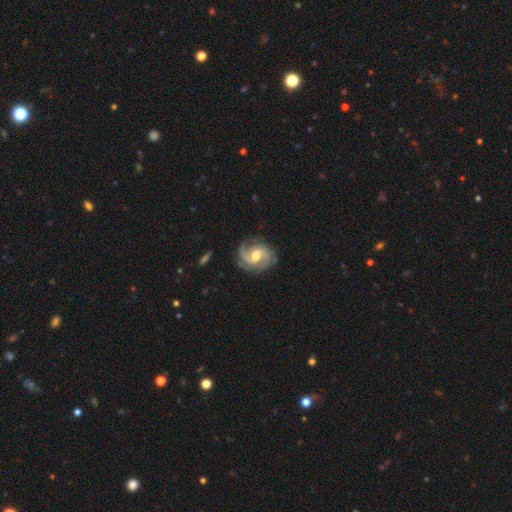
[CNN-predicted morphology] A featured or disk galaxy (91%) with a weak bar (55%), 2 (74%) medium (54%) spiral arms (98%) and a moderate central bulge (66%).

Vote fractions:
- Smooth or featured? featured or disk: 91% / smooth: 4% / star or artifact: 4%
- Edge-on disk? no: 98% / yes: 2%
- Bar? weak: 55% / no: 30% / strong: 15%
- Spiral arms? yes: 98% / no: 2%
- Spiral winding? medium: 54% / tight: 32% / loose: 14%
- Spiral arm count? 2: 74% / 3: 14% / can't tell: 5% / 4: 3% / 1: 3% / more than 4: 2%
- Bulge size? moderate: 66% / small: 24% / large: 7% / none: 2% / dominant: 1%
- Merging? none: 79% / minor disturbance: 15% / major disturbance: 5% / merger: 1%